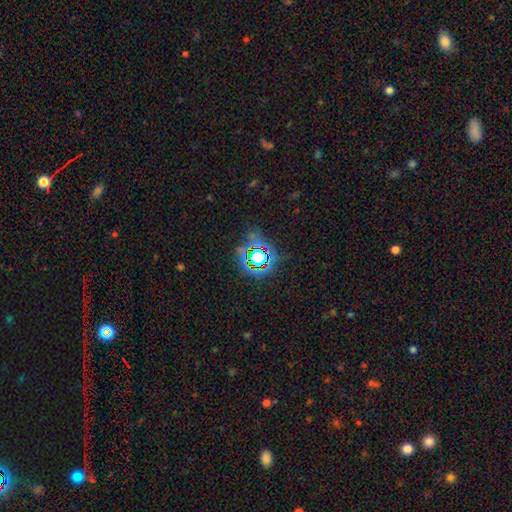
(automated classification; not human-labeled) Smooth or featured? star or artifact (68%)